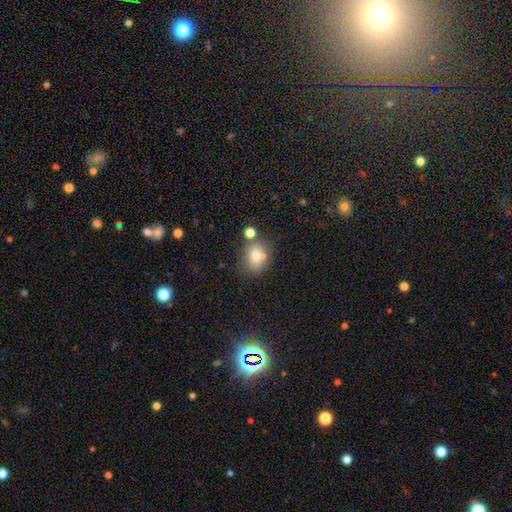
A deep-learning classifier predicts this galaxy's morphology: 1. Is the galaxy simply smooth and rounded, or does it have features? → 70% smooth, 15% featured or disk, 15% star or artifact.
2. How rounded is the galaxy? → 52% in between, 46% round, 2% cigar-shaped.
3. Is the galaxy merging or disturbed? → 63% none, 19% merger, 14% minor disturbance, 4% major disturbance.